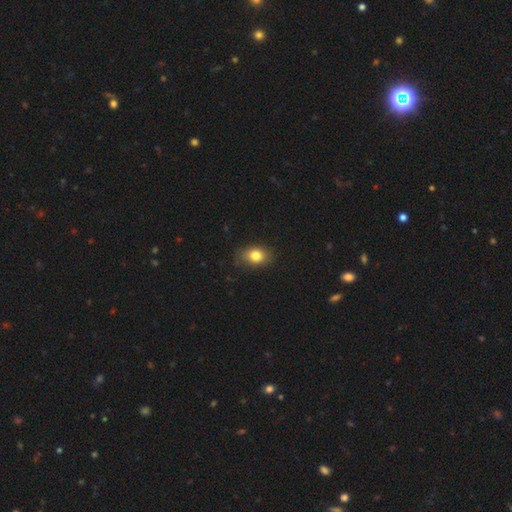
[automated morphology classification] A smooth galaxy with no disk features (81%) that is in between round and cigar-shaped (69%). Merging: none (78%).